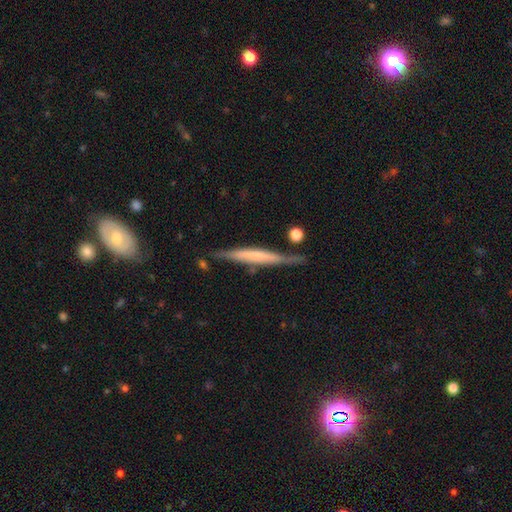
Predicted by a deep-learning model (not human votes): A featured or disk galaxy (58%) viewed edge-on (94%) with no central bulge (55%). Merging: none (75%).